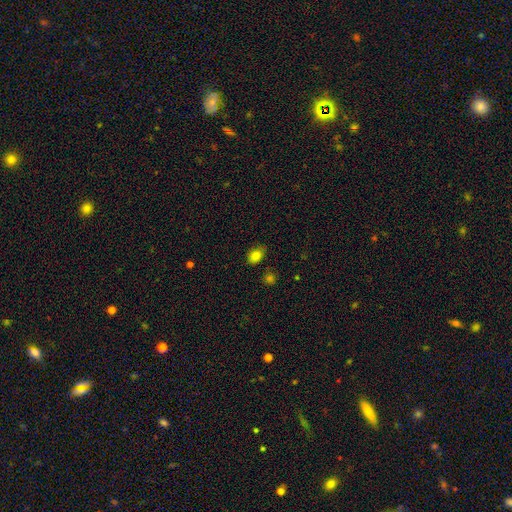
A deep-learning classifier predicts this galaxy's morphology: Smooth or featured? smooth (82%)
How rounded? in between (66%)
Merging? none (79%)